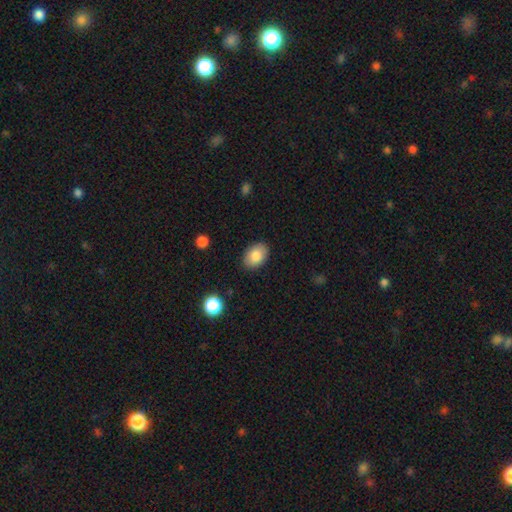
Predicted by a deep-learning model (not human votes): This is clearly a smooth galaxy (83%). How rounded: clearly in between (83%). Merging: clearly none (86%).